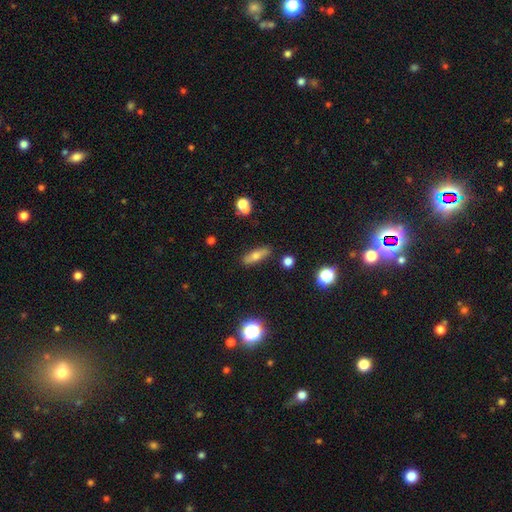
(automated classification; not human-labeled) Morphology: type=smooth (64%); roundness=in between (48%); merging=none (86%).